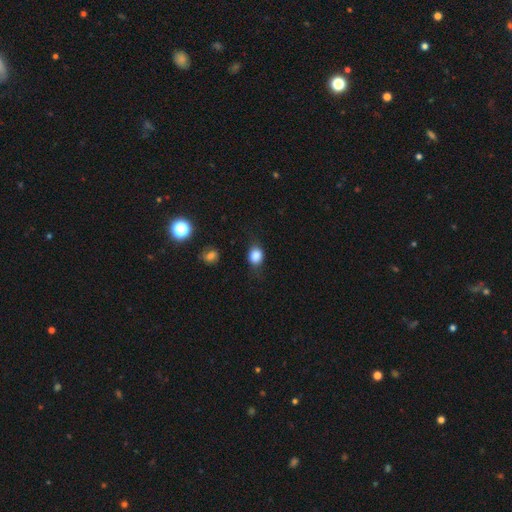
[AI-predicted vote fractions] Smooth or featured?
  - smooth: 83% *
  - star or artifact: 10%
  - featured or disk: 8%
How rounded?
  - in between: 49% * (tied)
  - round: 49% * (tied)
  - cigar-shaped: 2%
Merging?
  - none: 68% *
  - minor disturbance: 22%
  - major disturbance: 8%
  - merger: 2%